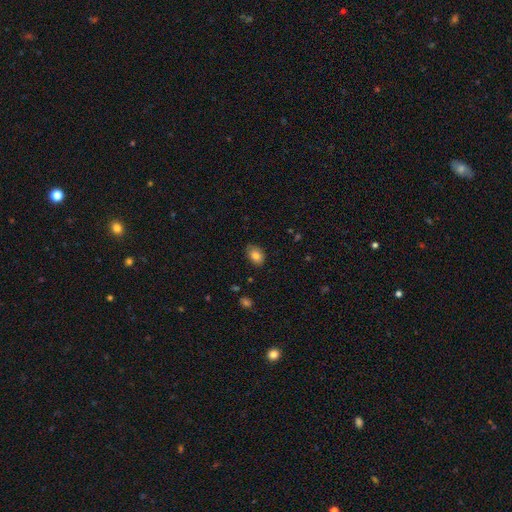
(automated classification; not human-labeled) A smooth galaxy with no disk features (83%) that is in between round and cigar-shaped (77%). Merging: none (82%).